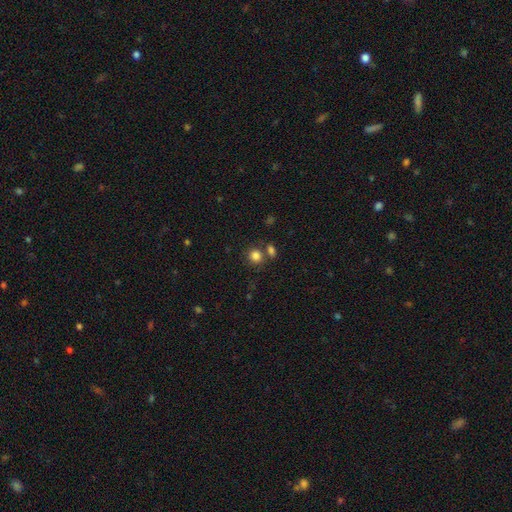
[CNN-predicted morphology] smooth-or-featured: smooth: 83% | star or artifact: 11% | featured or disk: 6%
  how-rounded: round: 77% | in between: 21% | cigar-shaped: 1%
  merging: none: 66% | merger: 20% | minor disturbance: 10% | major disturbance: 4%